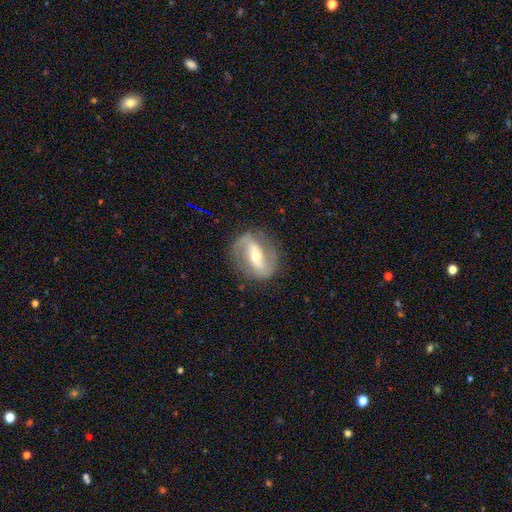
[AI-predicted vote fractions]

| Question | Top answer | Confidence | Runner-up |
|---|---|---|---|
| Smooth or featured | featured or disk | 82% | smooth (12%) |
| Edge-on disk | no | 94% | yes (6%) |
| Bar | strong | 51% | weak (31%) |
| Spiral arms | yes | 87% | no (13%) |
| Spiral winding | medium | 44% | loose (30%) |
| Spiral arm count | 2 | 87% | can't tell (6%) |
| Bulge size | moderate | 59% | small (36%) |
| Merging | none | 81% | minor disturbance (12%) |